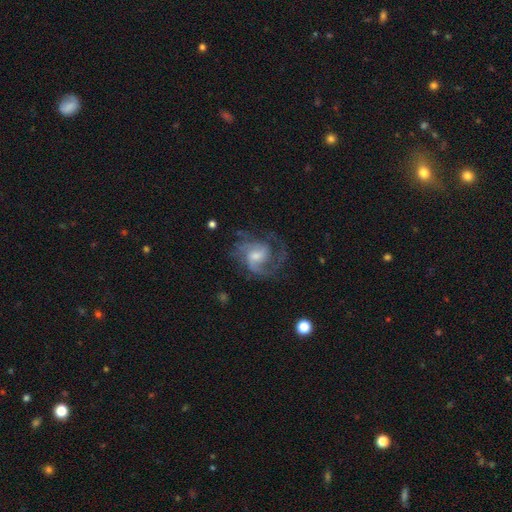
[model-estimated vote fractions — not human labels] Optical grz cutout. It shows a featured or disk galaxy (86%) with a weak bar (50%), 2 (37%) medium (51%) spiral arms (96%) and a moderate central bulge (45%). Merging: none (62%).